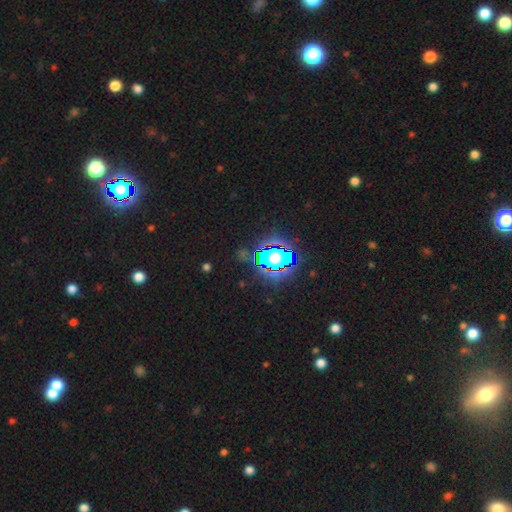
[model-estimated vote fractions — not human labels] The model was most divided on "smooth or featured": star or artifact: 81%, smooth: 11%, featured or disk: 8%.